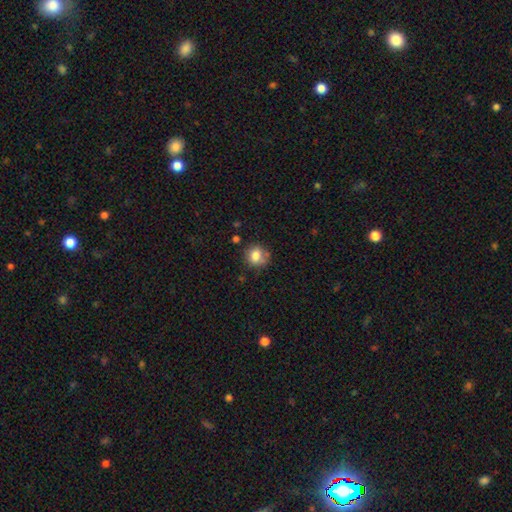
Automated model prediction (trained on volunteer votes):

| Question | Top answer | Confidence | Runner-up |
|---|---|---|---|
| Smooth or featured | smooth | 80% | star or artifact (10%) |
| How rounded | round | 80% | in between (19%) |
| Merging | none | 68% | minor disturbance (20%) |